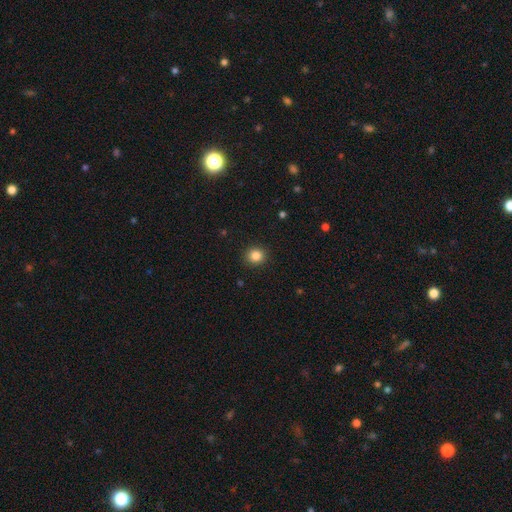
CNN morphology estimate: A smooth galaxy with no disk features (85%) that is round (89%).

Vote fractions:
- Smooth or featured? smooth: 85% / star or artifact: 11% / featured or disk: 4%
- How rounded? round: 89% / in between: 10% / cigar-shaped: 1%
- Merging? none: 92% / minor disturbance: 6% / major disturbance: 2% / merger: 1%